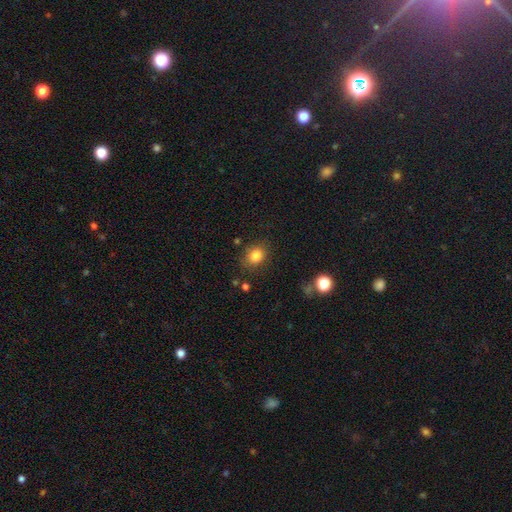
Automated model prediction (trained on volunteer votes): smooth-or-featured: smooth: 83% | star or artifact: 11% | featured or disk: 6%
  how-rounded: round: 53% | in between: 46% | cigar-shaped: 1%
  merging: none: 81% | minor disturbance: 12% | major disturbance: 4% | merger: 3%